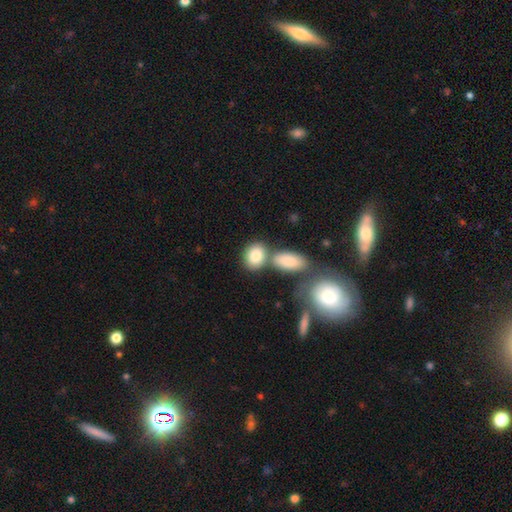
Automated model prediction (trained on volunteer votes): Overall: smooth (83%). How rounded: in between (64%; round 34%). Merging: none (52%; merger 32%).